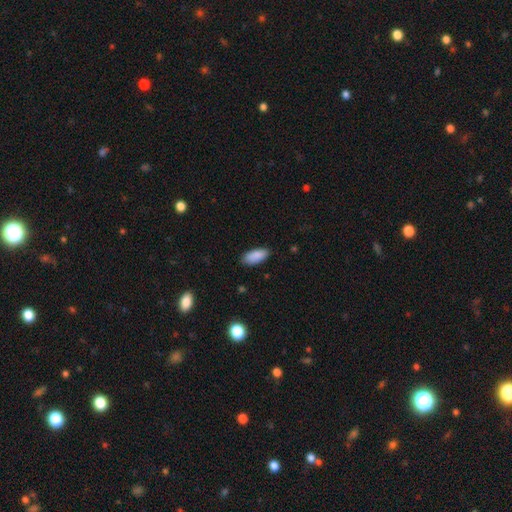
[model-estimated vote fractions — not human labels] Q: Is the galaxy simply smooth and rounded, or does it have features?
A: smooth — 89%.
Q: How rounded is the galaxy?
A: in between — 88%.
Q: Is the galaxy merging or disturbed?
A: none — 86%.